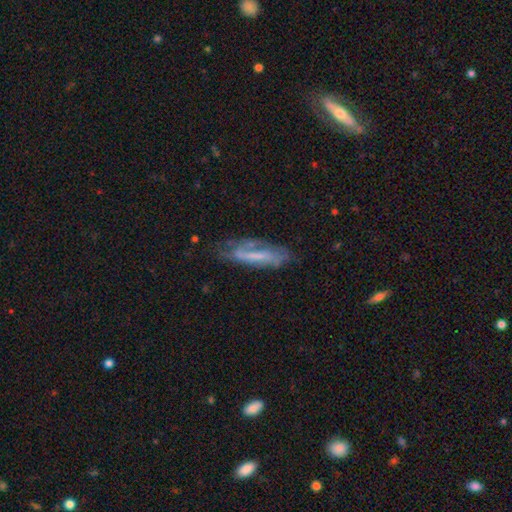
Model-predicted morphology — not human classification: A featured or disk galaxy (58%).

Vote fractions:
- Smooth or featured? featured or disk: 58% / smooth: 34% / star or artifact: 9%
- Edge-on disk? no: 65% / yes: 35%
- Merging? none: 56% / minor disturbance: 27% / major disturbance: 14% / merger: 4%